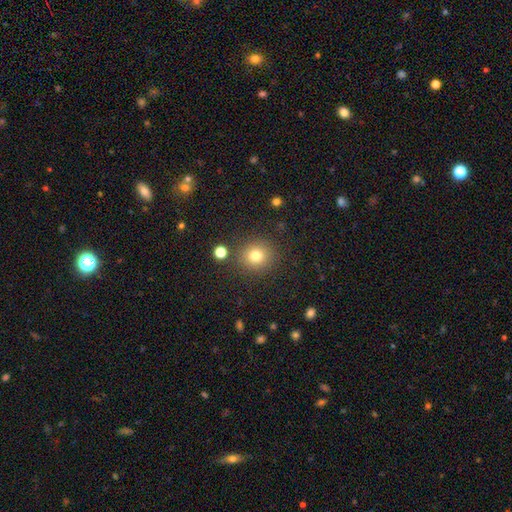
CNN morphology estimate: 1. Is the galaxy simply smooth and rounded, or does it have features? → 78% smooth, 14% star or artifact, 8% featured or disk.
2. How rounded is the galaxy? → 89% round, 10% in between, 1% cigar-shaped.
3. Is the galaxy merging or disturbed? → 86% none, 8% minor disturbance, 3% merger, 3% major disturbance.